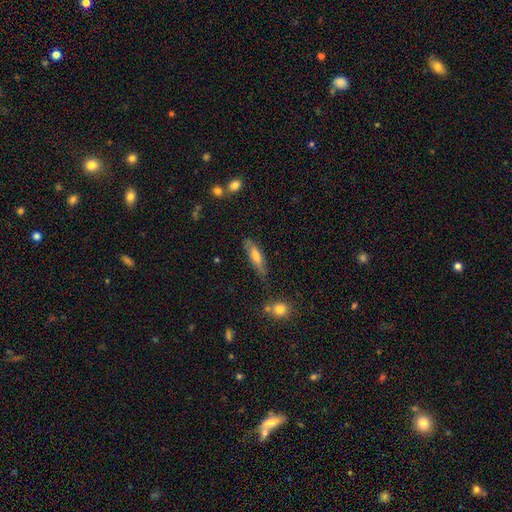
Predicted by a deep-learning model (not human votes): Smooth or featured?
  - smooth: 59% *
  - featured or disk: 34%
  - star or artifact: 7%
How rounded?
  - cigar-shaped: 63% *
  - in between: 35%
  - round: 2%
Merging?
  - none: 74% *
  - minor disturbance: 19%
  - major disturbance: 4%
  - merger: 3%